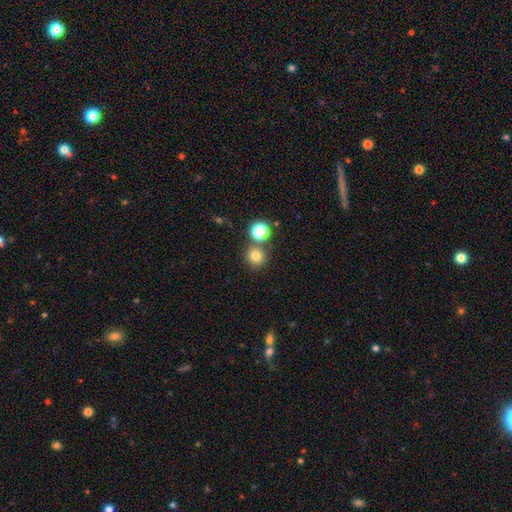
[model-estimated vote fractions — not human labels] Smooth or featured?
  - smooth: 76% *
  - star or artifact: 17%
  - featured or disk: 7%
How rounded?
  - round: 91% *
  - in between: 8%
  - cigar-shaped: 1%
Merging?
  - none: 72% *
  - merger: 18%
  - minor disturbance: 8%
  - major disturbance: 3%